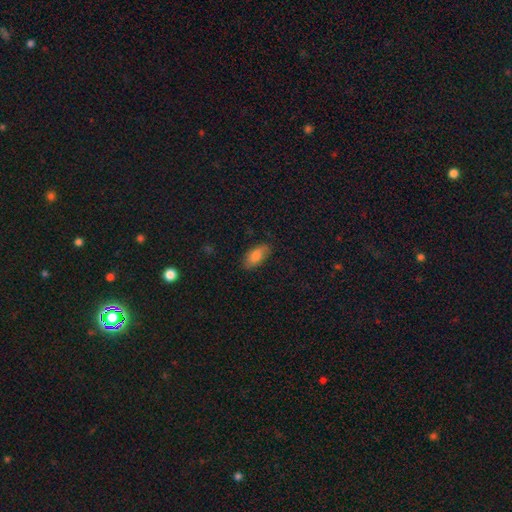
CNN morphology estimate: smooth 81%, featured or disk 12%, star or artifact 7%. Down the decision tree: how rounded — in between (90%); merging — none (83%).